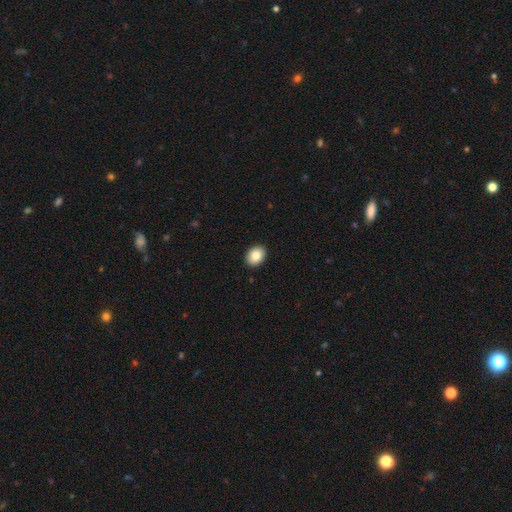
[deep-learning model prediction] Smooth or featured? Predicted: smooth (p=0.86). How rounded? Predicted: in between (p=0.70). Merging? Predicted: none (p=0.92).